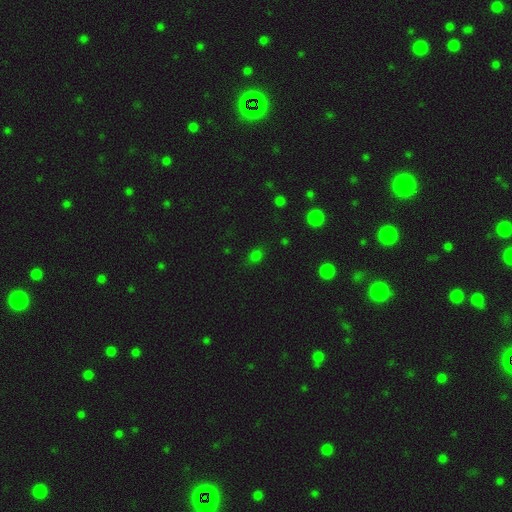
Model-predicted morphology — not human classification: This is likely a smooth galaxy (73%). How rounded: possibly in between (60%). Merging: likely none (79%).